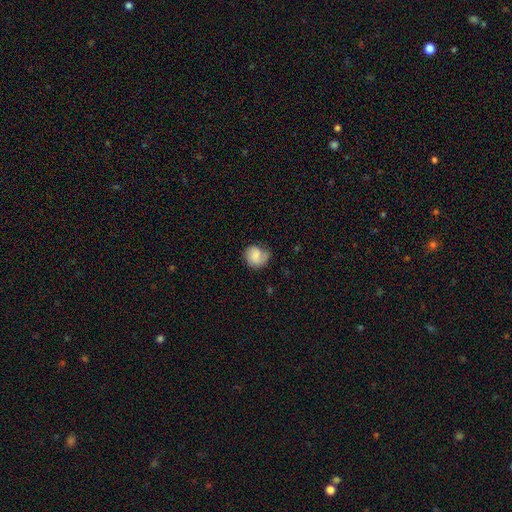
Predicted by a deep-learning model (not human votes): smooth 67%, featured or disk 25%, star or artifact 8%. Down the decision tree: how rounded — round (77%); merging — none (57%).